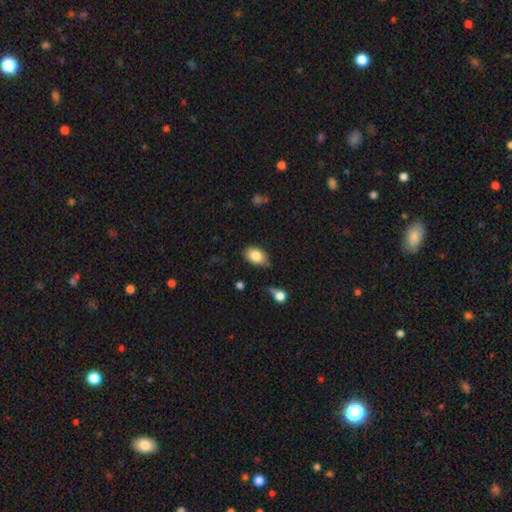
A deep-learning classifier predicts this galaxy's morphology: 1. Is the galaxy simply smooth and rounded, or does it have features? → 84% smooth, 8% featured or disk, 8% star or artifact.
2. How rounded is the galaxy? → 83% in between, 15% round, 1% cigar-shaped.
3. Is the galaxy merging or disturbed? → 71% none, 20% minor disturbance, 5% major disturbance, 4% merger.